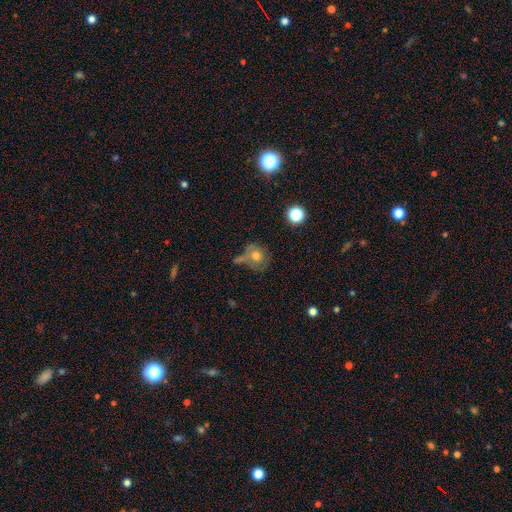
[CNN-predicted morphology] A smooth galaxy with no disk features (60%) that is round (79%).

Vote fractions:
- Smooth or featured? smooth: 60% / featured or disk: 27% / star or artifact: 13%
- How rounded? round: 79% / in between: 20% / cigar-shaped: 1%
- Merging? none: 44% / minor disturbance: 21% / merger: 20% / major disturbance: 15%